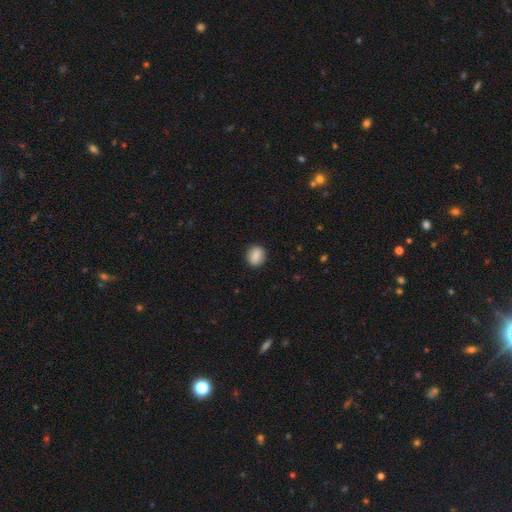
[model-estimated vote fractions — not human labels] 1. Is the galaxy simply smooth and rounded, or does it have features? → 86% smooth, 8% star or artifact, 7% featured or disk.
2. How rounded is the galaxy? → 71% round, 28% in between, 1% cigar-shaped.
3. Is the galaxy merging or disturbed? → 90% none, 7% minor disturbance, 2% major disturbance, 1% merger.